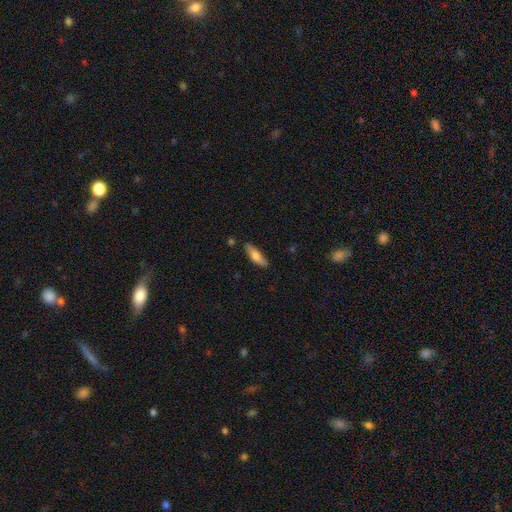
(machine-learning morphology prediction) Smooth or featured? smooth (69%)
How rounded? in between (51%)
Merging? none (82%)